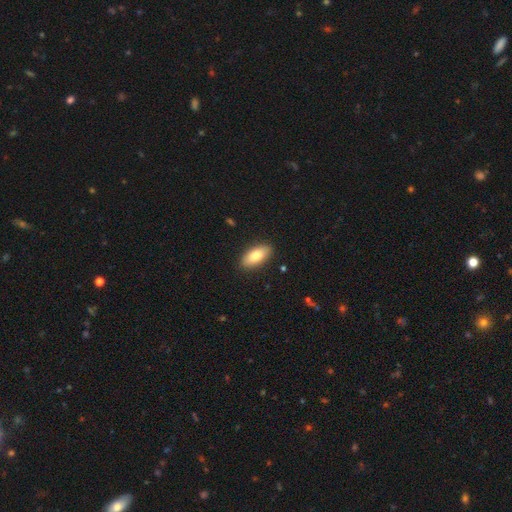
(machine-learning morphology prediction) smooth_or_featured: smooth (p=0.81) [alt: featured or disk p=0.13]
how_rounded: in between (p=0.89) [alt: cigar-shaped p=0.09]
merging: none (p=0.88) [alt: minor disturbance p=0.09]